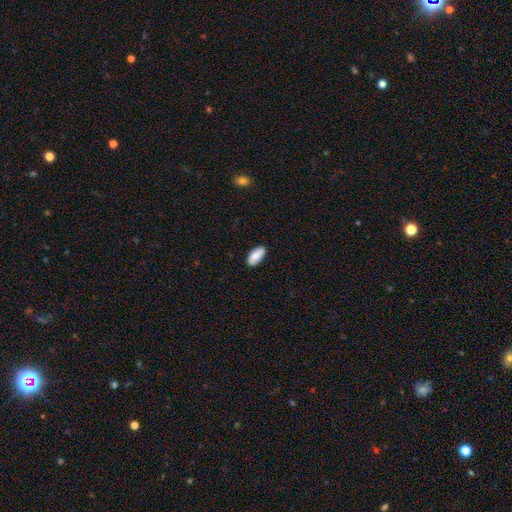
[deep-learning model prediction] Morphology: type=smooth (83%); roundness=in between (90%); merging=none (87%).